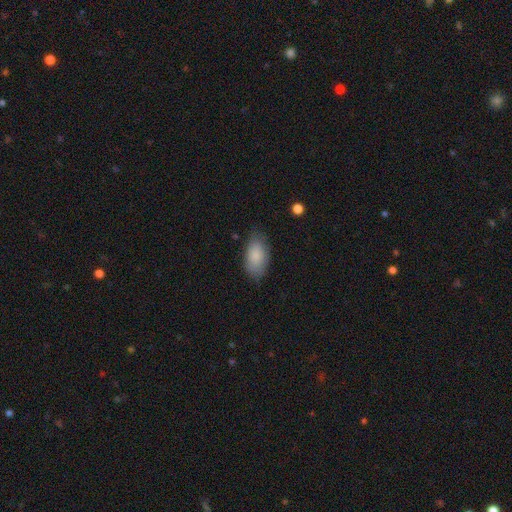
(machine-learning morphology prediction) Smooth or featured? Predicted: smooth (p=0.85). How rounded? Predicted: in between (p=0.94). Merging? Predicted: none (p=0.74).